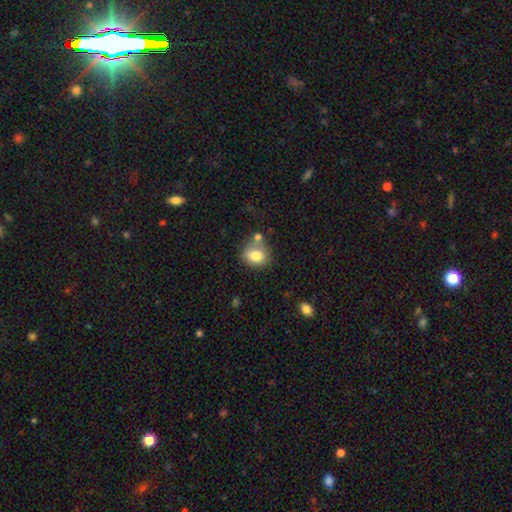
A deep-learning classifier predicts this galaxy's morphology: A smooth galaxy with no disk features (80%) that is round (50%). Merging: none (47%).